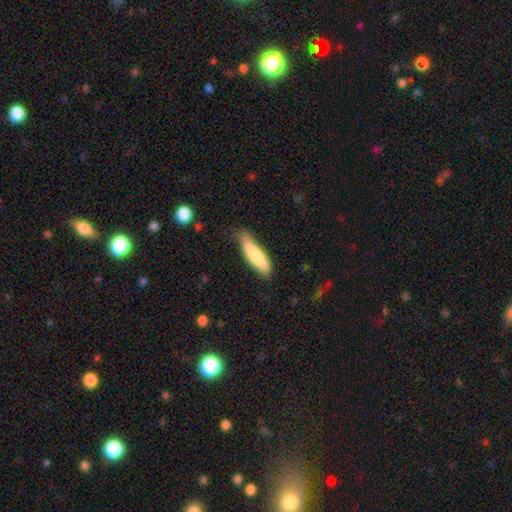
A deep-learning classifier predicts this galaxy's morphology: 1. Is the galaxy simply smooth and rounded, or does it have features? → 77% smooth, 17% featured or disk, 6% star or artifact.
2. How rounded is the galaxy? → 61% cigar-shaped, 37% in between, 2% round.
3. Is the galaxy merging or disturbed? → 58% none, 32% minor disturbance, 7% major disturbance, 2% merger.